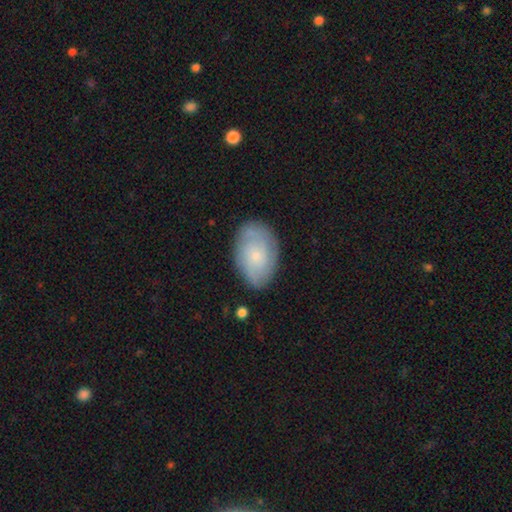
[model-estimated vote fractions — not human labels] Morphology: type=smooth (52%); roundness=in between (87%); merging=none (77%).